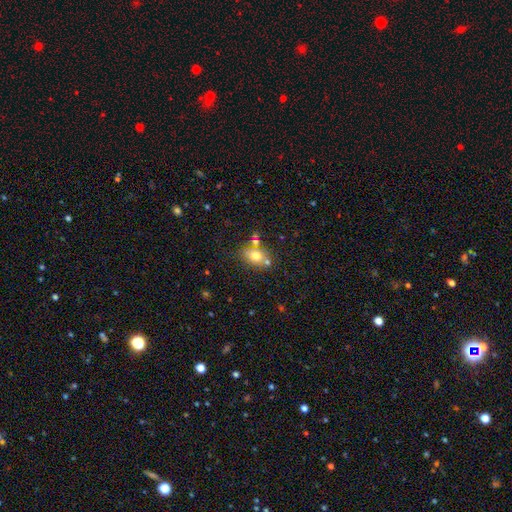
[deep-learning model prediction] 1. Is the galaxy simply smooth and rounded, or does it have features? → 72% smooth, 16% featured or disk, 12% star or artifact.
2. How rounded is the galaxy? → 62% in between, 36% round, 2% cigar-shaped.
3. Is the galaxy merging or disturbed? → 64% none, 16% merger, 15% minor disturbance, 5% major disturbance.